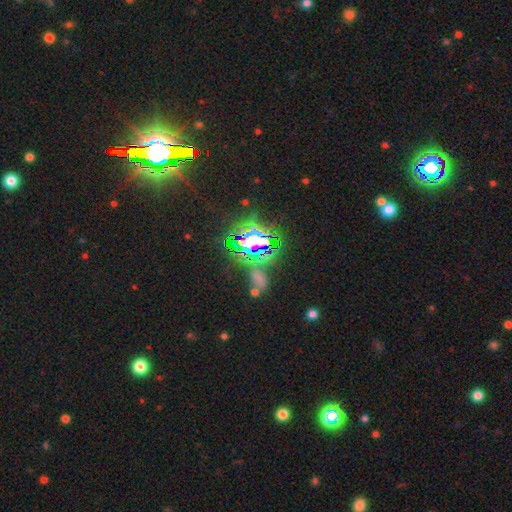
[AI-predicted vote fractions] Smooth or featured? Predicted: star or artifact (p=0.83).